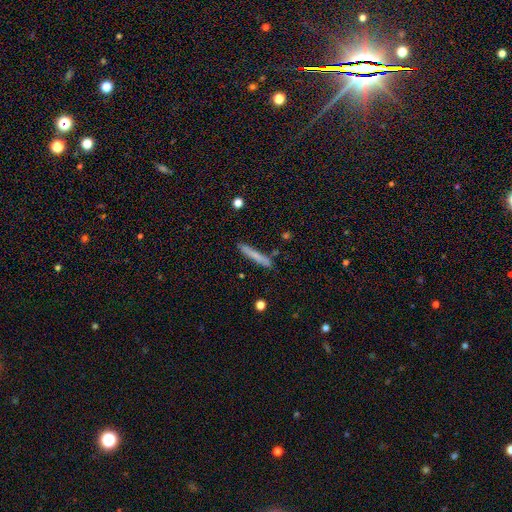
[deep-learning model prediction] The model was most divided on "smooth or featured": smooth: 71%, featured or disk: 23%, star or artifact: 7%. More confident: how rounded — cigar-shaped (95%); merging — none (85%).